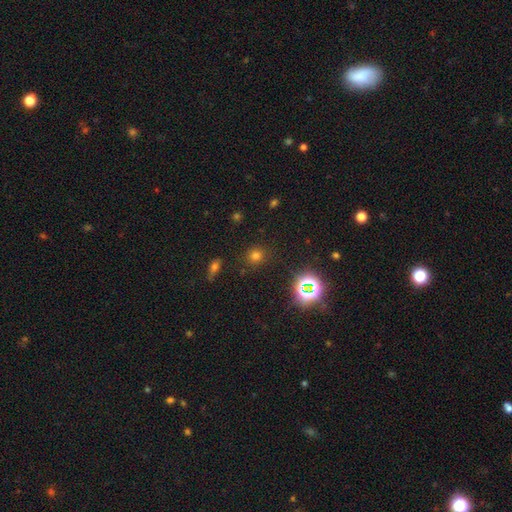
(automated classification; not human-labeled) This is likely a smooth galaxy (68%). How rounded: clearly round (88%). Merging: clearly none (85%).